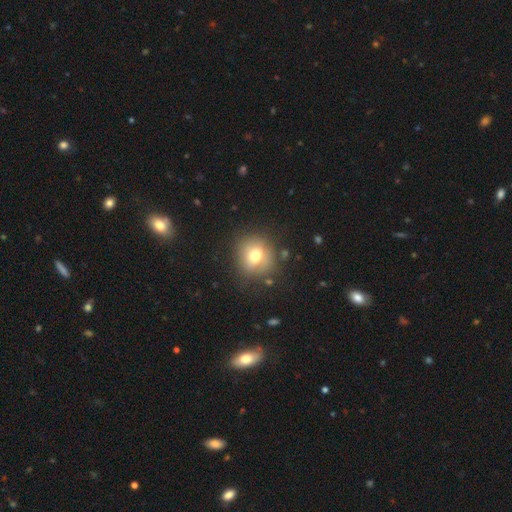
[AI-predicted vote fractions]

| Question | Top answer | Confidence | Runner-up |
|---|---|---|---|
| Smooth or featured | smooth | 71% | featured or disk (16%) |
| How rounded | round | 85% | in between (14%) |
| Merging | none | 79% | minor disturbance (14%) |